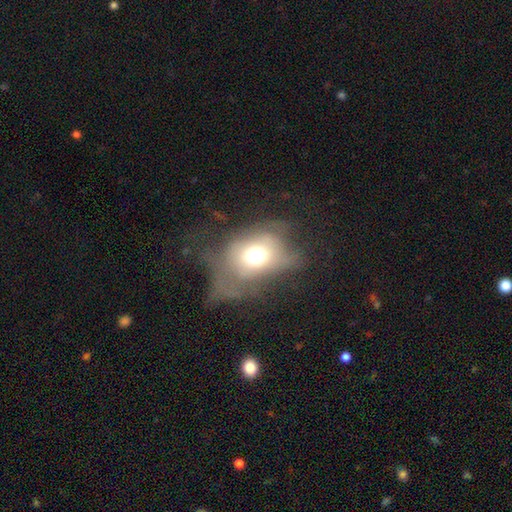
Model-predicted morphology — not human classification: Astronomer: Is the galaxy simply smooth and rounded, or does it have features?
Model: smooth — 53% (runner-up: featured or disk, 32%).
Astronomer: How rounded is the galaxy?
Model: in between — 52% (runner-up: round, 46%).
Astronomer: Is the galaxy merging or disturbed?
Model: major disturbance — 51%.